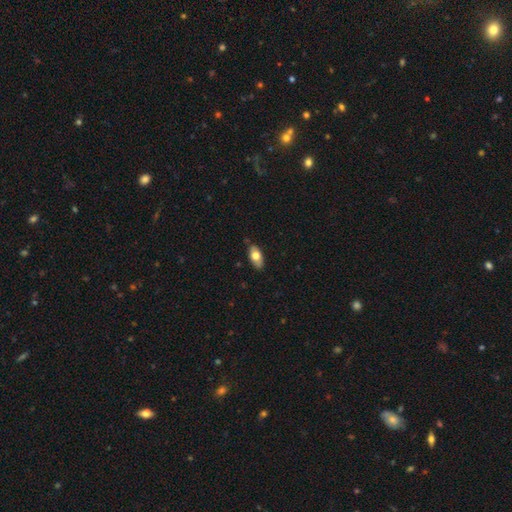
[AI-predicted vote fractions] A smooth galaxy with no disk features (70%) that is in between round and cigar-shaped (91%).

Vote fractions:
- Smooth or featured? smooth: 70% / featured or disk: 24% / star or artifact: 7%
- How rounded? in between: 91% / cigar-shaped: 5% / round: 4%
- Merging? none: 83% / minor disturbance: 14% / major disturbance: 2% / merger: 1%